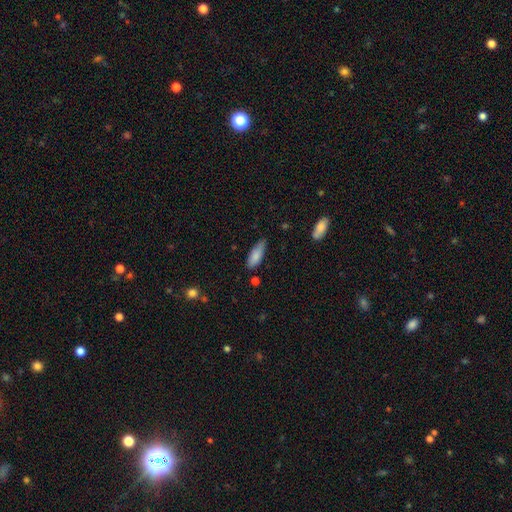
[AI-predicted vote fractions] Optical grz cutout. It shows a smooth galaxy with no disk features (84%) that is in between round and cigar-shaped (62%). Merging: none (65%).